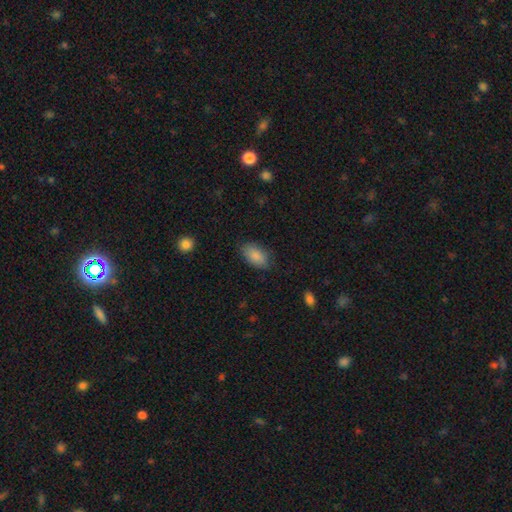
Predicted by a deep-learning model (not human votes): Overall: smooth (87%). How rounded: in between (92%). Merging: none (80%).